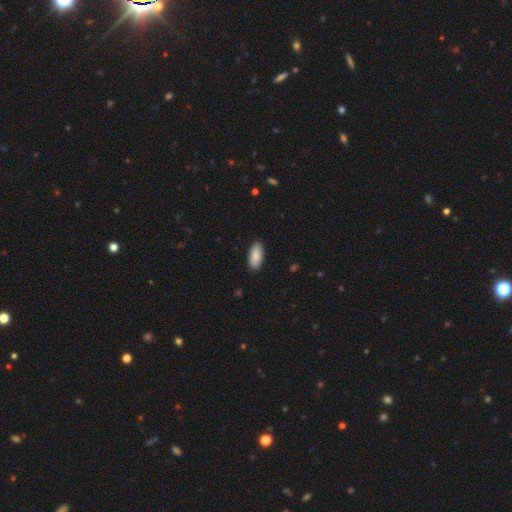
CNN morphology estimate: This is clearly a smooth galaxy (88%). How rounded: clearly in between (90%). Merging: clearly none (89%).